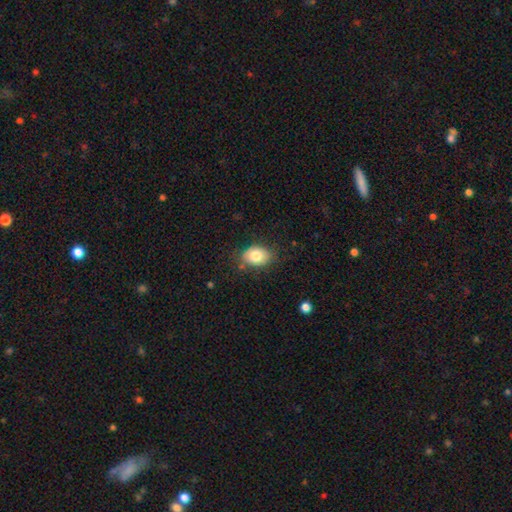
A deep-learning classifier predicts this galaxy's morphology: A smooth galaxy with no disk features (80%) that is in between round and cigar-shaped (72%).

Vote fractions:
- Smooth or featured? smooth: 80% / featured or disk: 12% / star or artifact: 8%
- How rounded? in between: 72% / round: 27% / cigar-shaped: 1%
- Merging? none: 73% / minor disturbance: 20% / major disturbance: 5% / merger: 2%